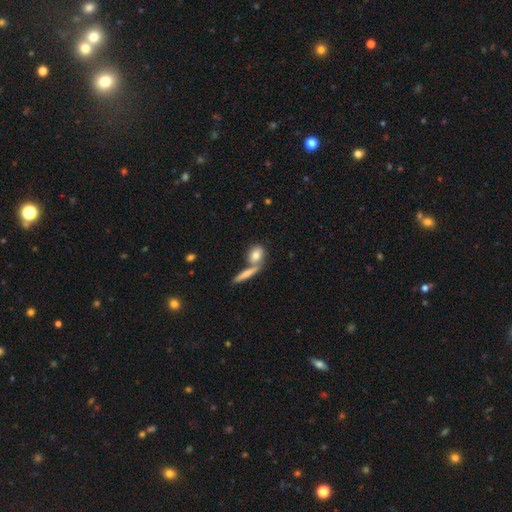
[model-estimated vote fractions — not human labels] Smooth or featured? smooth (76%)
How rounded? in between (51%)
Merging? none (53%)